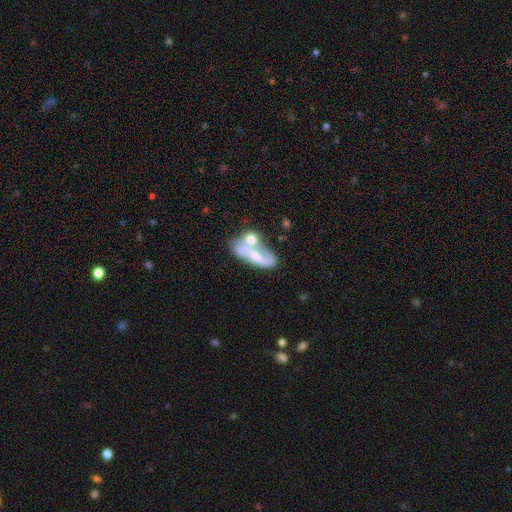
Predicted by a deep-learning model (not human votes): Smooth or featured? Predicted: featured or disk (p=0.61). Edge-on disk? Predicted: no (p=0.92). Bar? Predicted: no (p=0.52). Spiral arms? Predicted: yes (p=0.65). Bulge size? Predicted: moderate (p=0.43). Merging? Predicted: merger (p=0.46).